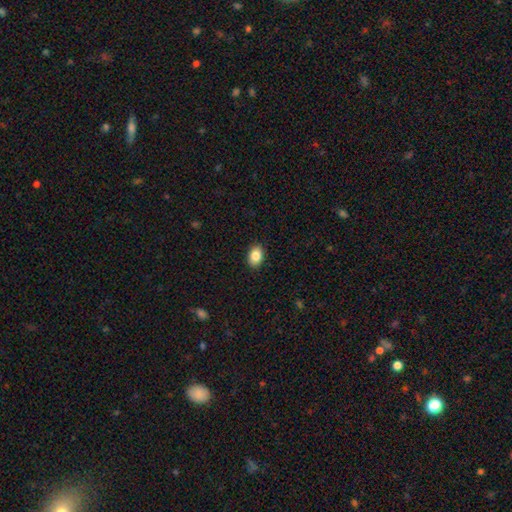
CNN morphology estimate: A smooth galaxy with no disk features (86%) that is in between round and cigar-shaped (83%). Merging: none (90%).